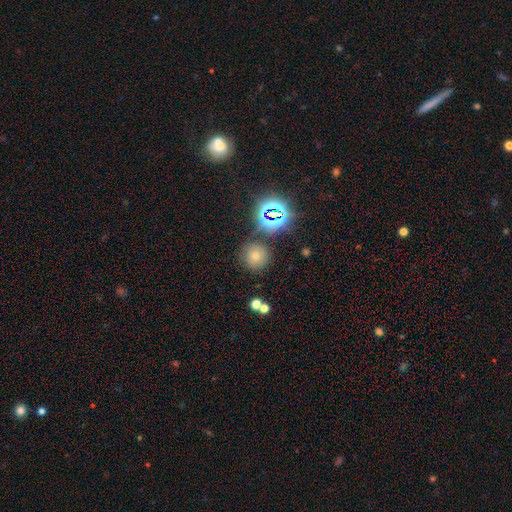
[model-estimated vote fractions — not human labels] Smooth or featured? Predicted: smooth (p=0.65). How rounded? Predicted: round (p=0.92). Merging? Predicted: none (p=0.80).